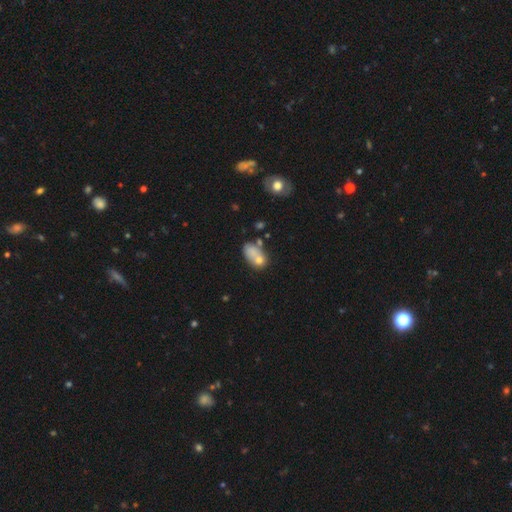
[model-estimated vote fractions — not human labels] smooth_or_featured: smooth (p=0.70) [alt: featured or disk p=0.19]
how_rounded: in between (p=0.84) [alt: round p=0.14]
merging: none (p=0.35) [alt: merger p=0.34]